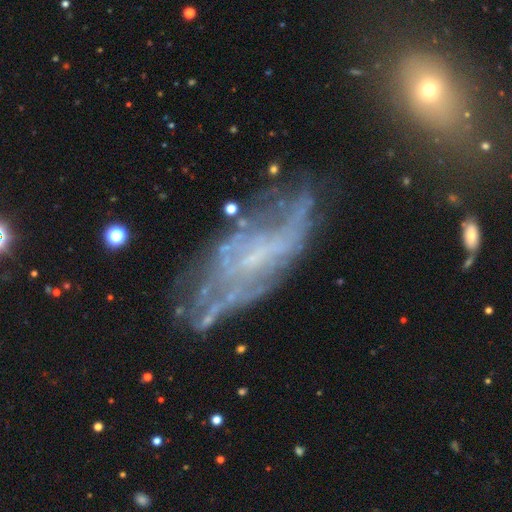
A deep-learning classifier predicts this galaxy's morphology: The model was most divided on "bulge size": small: 48%, none: 40%, moderate: 10%, large: 1%, dominant: 1%. Remaining: edge-on disk — no (87%); smooth or featured — featured or disk (73%); spiral arms — yes (63%); bar — no (56%); merging — none (50%).